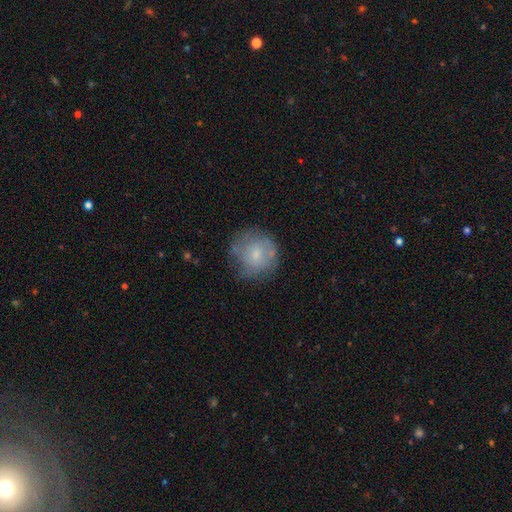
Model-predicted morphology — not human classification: Smooth or featured?
  - smooth: 57% *
  - featured or disk: 34%
  - star or artifact: 9%
How rounded?
  - round: 89% *
  - in between: 10%
  - cigar-shaped: 1%
Merging?
  - none: 68% *
  - minor disturbance: 21%
  - major disturbance: 8%
  - merger: 2%